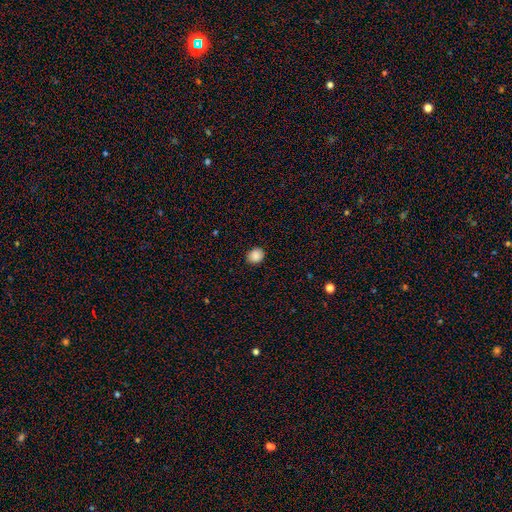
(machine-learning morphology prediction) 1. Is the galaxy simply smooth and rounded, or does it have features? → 88% smooth, 9% star or artifact, 3% featured or disk.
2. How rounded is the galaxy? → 67% round, 32% in between, 1% cigar-shaped.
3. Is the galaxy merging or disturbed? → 90% none, 7% minor disturbance, 2% major disturbance, 1% merger.